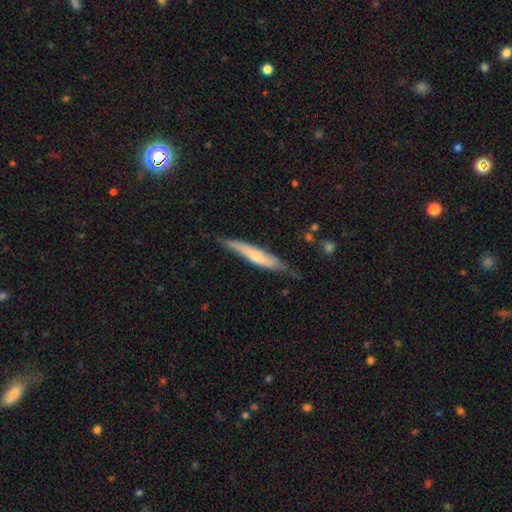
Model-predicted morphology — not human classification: Q: Smooth or featured?
A: smooth (54%); runner-up: featured or disk (41%)
Q: How rounded?
A: cigar-shaped (90%); runner-up: in between (9%)
Q: Merging?
A: none (67%); runner-up: minor disturbance (26%)